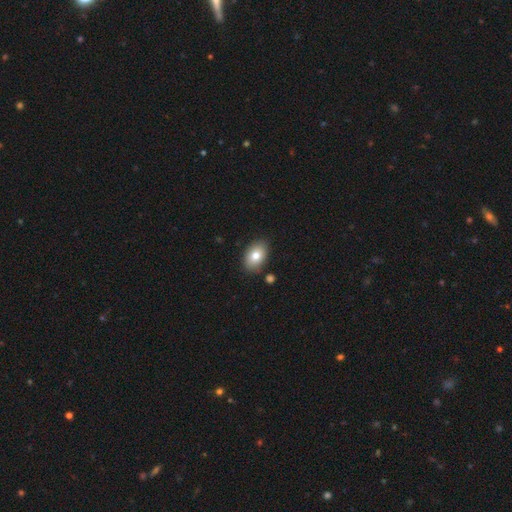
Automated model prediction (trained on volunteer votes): Smooth or featured? smooth (80%)
How rounded? in between (87%)
Merging? none (85%)